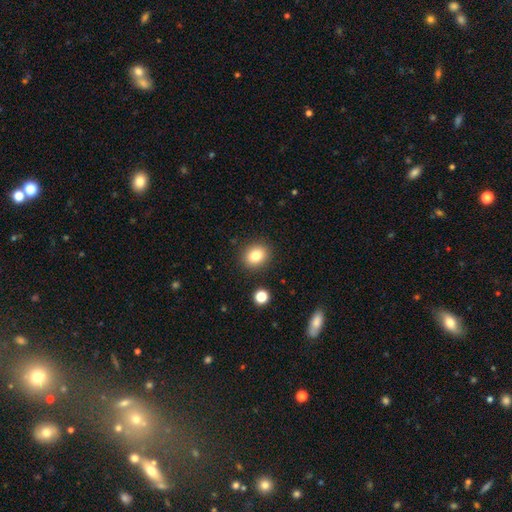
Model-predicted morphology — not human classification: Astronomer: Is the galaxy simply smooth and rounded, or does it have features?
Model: smooth — 82%.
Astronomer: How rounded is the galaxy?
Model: round — 61% (runner-up: in between, 38%).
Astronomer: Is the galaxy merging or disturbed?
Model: none — 88%.